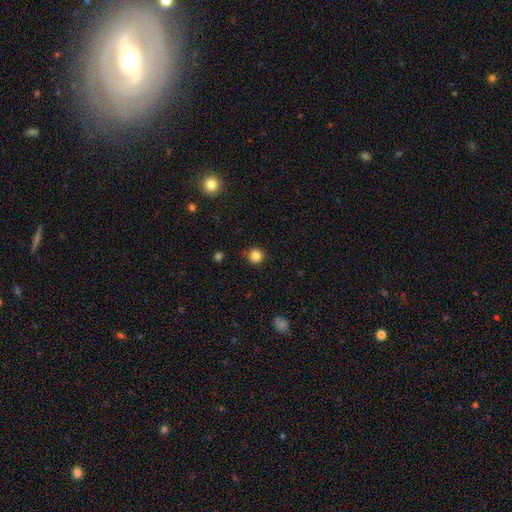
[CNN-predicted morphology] This is clearly a smooth galaxy (85%). How rounded: clearly round (94%). Merging: clearly none (85%).